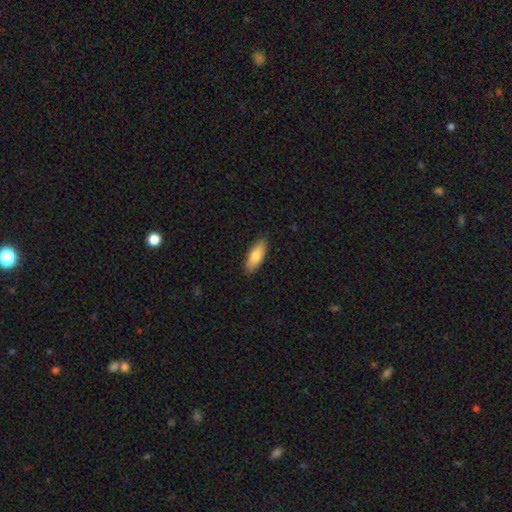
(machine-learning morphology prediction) A smooth galaxy with no disk features (80%) that is in between round and cigar-shaped (74%). Merging: none (89%).